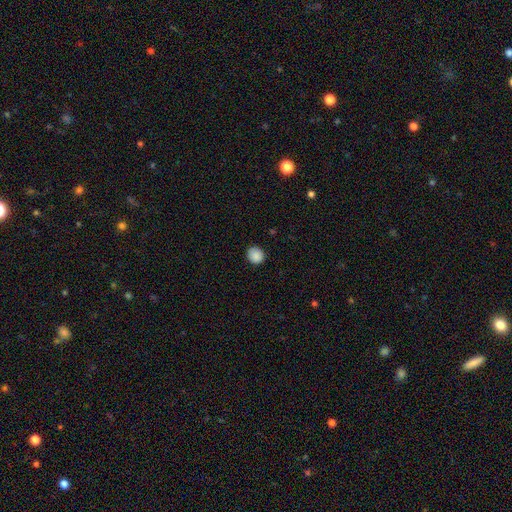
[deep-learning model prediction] smooth-or-featured: smooth: 88% | star or artifact: 9% | featured or disk: 3%
  how-rounded: round: 82% | in between: 17% | cigar-shaped: 1%
  merging: none: 87% | minor disturbance: 9% | major disturbance: 2% | merger: 1%